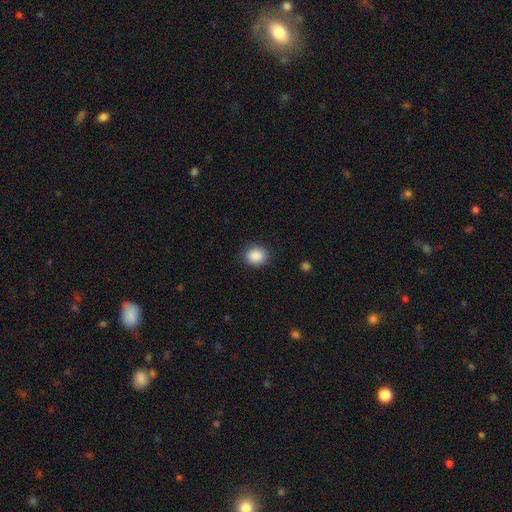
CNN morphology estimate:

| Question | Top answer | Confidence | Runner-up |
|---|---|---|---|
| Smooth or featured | smooth | 88% | star or artifact (8%) |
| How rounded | round | 68% | in between (31%) |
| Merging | none | 88% | minor disturbance (9%) |